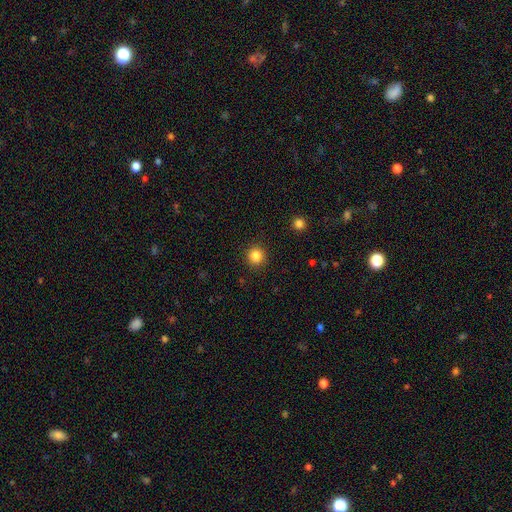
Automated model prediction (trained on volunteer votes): Smooth or featured?
  - smooth: 85% *
  - star or artifact: 11%
  - featured or disk: 4%
How rounded?
  - round: 94% *
  - in between: 5%
  - cigar-shaped: 1%
Merging?
  - none: 92% *
  - minor disturbance: 5%
  - major disturbance: 2%
  - merger: 1%